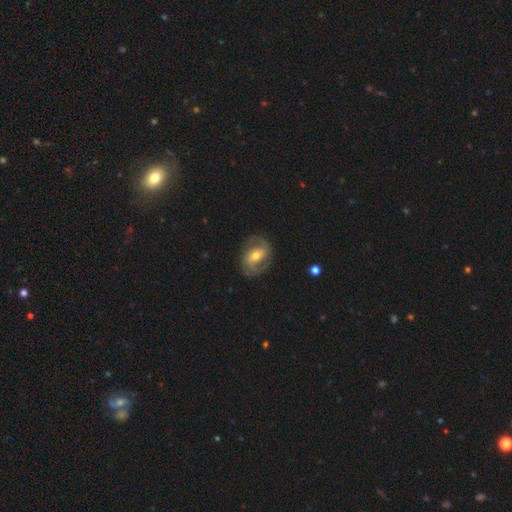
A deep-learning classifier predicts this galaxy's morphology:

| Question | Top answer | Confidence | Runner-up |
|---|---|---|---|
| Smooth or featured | featured or disk | 80% | smooth (15%) |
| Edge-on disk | no | 97% | yes (3%) |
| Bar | weak | 42% | no (34%) |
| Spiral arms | yes | 92% | no (8%) |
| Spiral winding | medium | 50% | tight (28%) |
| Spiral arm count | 2 | 85% | can't tell (6%) |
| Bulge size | moderate | 64% | small (28%) |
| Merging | none | 79% | minor disturbance (14%) |